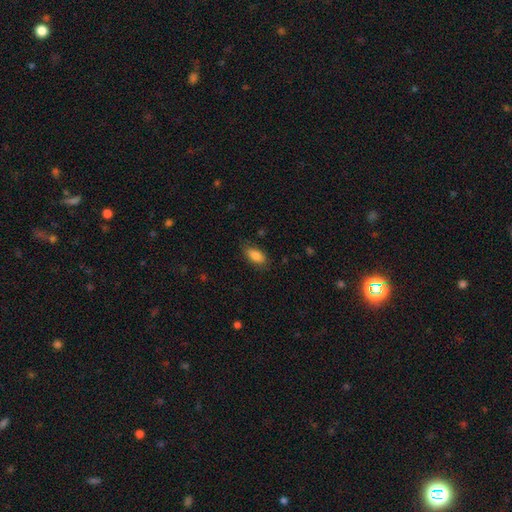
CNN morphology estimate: type=smooth (85%); roundness=in between (87%); merging=none (80%).